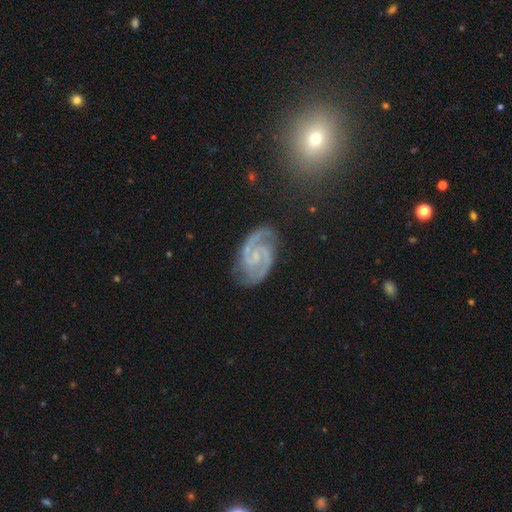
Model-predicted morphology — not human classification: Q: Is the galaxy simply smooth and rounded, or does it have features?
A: featured or disk — 91%.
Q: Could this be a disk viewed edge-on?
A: no — 98%.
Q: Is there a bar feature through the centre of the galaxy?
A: weak — 45%.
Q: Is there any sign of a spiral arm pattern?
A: yes — 98%.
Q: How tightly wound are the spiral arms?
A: medium — 52%.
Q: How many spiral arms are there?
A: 2 — 90%.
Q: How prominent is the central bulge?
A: small — 67%.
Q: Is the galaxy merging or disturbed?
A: none — 78%.